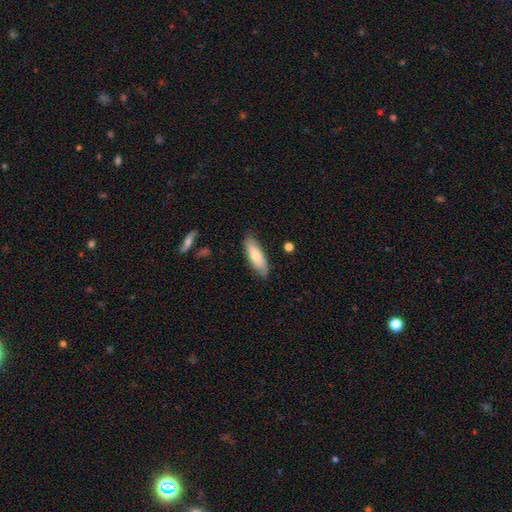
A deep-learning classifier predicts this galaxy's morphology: Smooth or featured? Predicted: smooth (p=0.73). How rounded? Predicted: in between (p=0.56). Merging? Predicted: none (p=0.83).